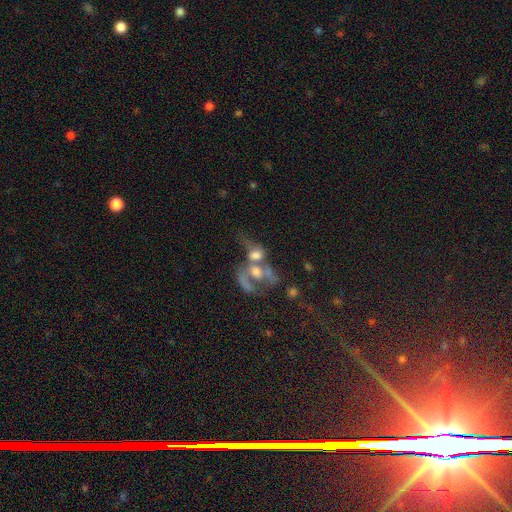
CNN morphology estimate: Smooth or featured?
  - featured or disk: 45% *
  - smooth: 41%
  - star or artifact: 14%
Merging?
  - merger: 68% *
  - major disturbance: 15%
  - none: 11%
  - minor disturbance: 6%